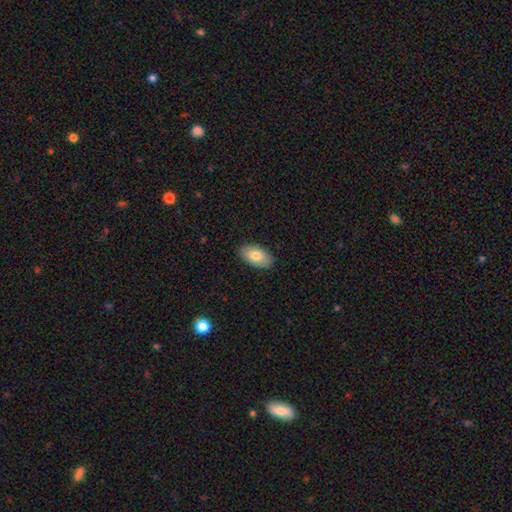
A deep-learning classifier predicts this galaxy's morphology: smooth 79%, featured or disk 15%, star or artifact 6%. Down the decision tree: how rounded — in between (95%); merging — none (88%).